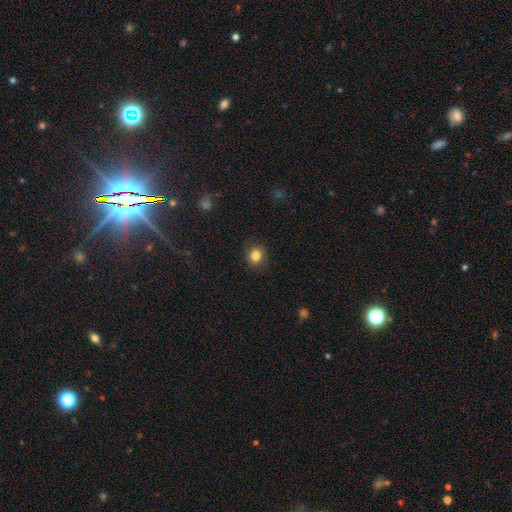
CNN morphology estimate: A smooth galaxy with no disk features (83%) that is round (67%). Merging: none (87%).